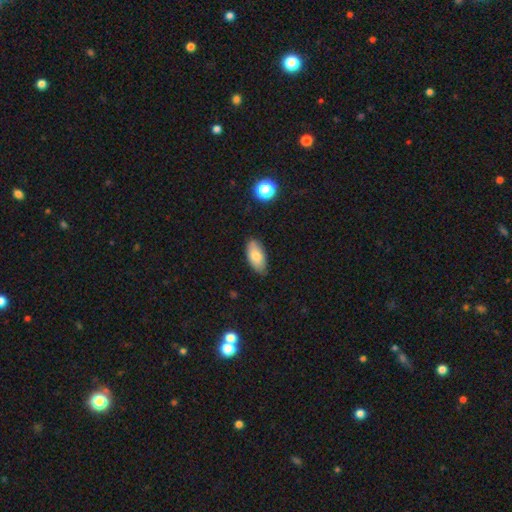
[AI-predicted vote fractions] This appears to be a smooth galaxy with no disk features (77%) that is in between round and cigar-shaped (91%). Merging: none (80%).